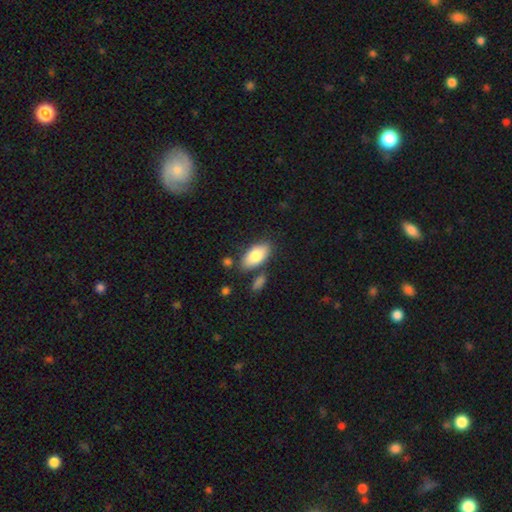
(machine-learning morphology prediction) Smooth or featured? Predicted: smooth (p=0.82). How rounded? Predicted: in between (p=0.92). Merging? Predicted: none (p=0.76).